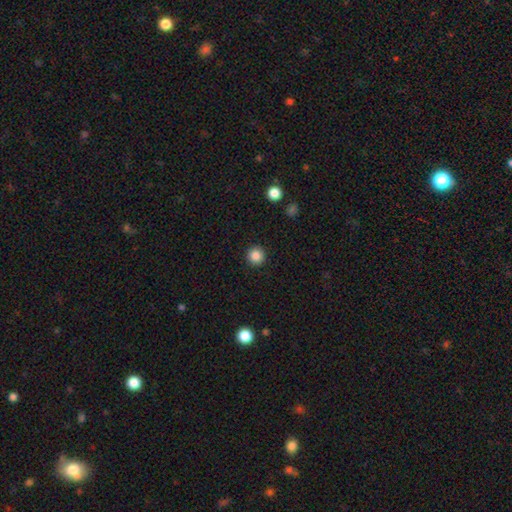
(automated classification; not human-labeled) Morphology: type=smooth (86%); roundness=round (96%); merging=none (93%).